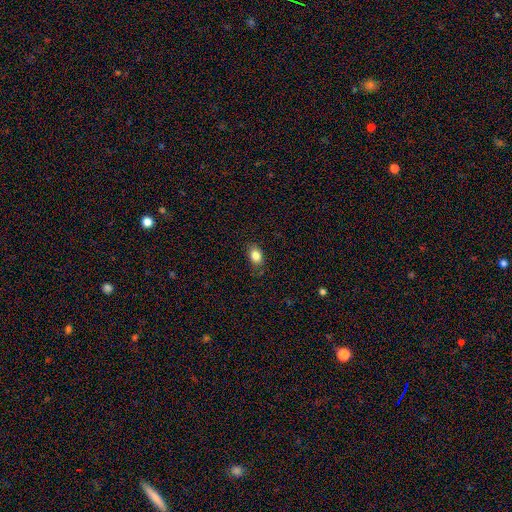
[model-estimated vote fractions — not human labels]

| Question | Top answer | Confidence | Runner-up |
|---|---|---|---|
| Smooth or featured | smooth | 84% | star or artifact (9%) |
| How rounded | in between | 80% | round (19%) |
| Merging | none | 82% | minor disturbance (14%) |